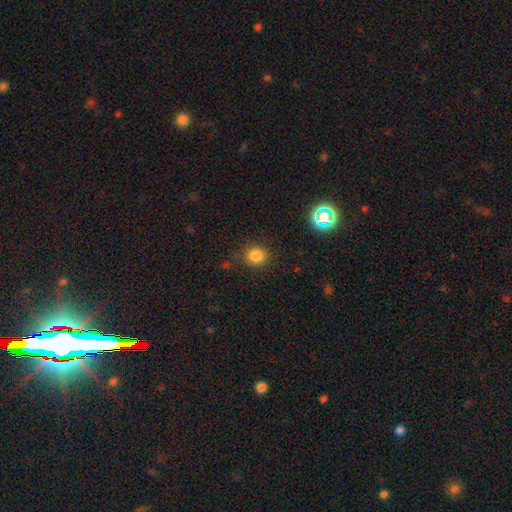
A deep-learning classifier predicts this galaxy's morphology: Smooth or featured? Predicted: smooth (p=0.82). How rounded? Predicted: round (p=0.80). Merging? Predicted: none (p=0.85).